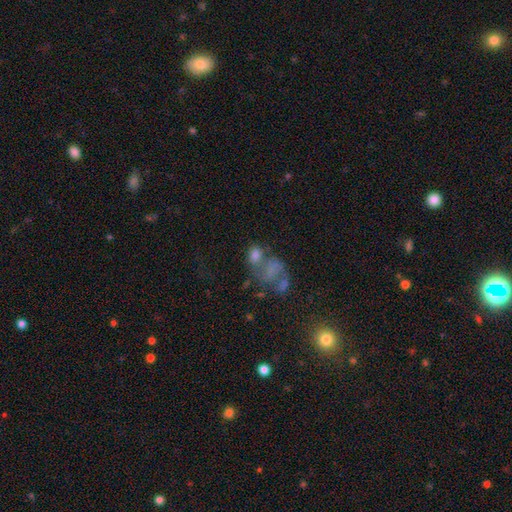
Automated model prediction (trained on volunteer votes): Smooth or featured? smooth (49%)
Merging? merger (42%)